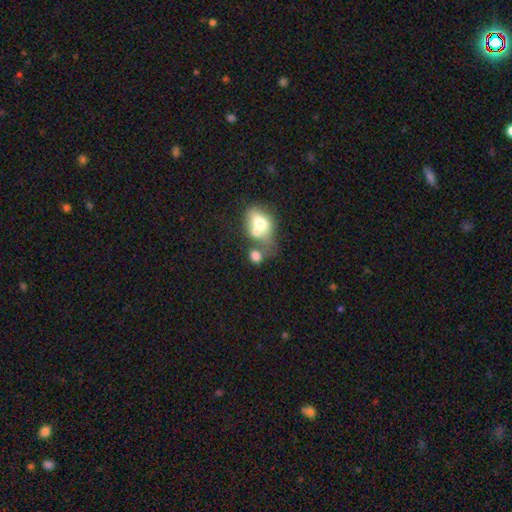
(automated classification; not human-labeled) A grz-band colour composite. It shows a smooth galaxy with no disk features (73%) that is in between round and cigar-shaped (50%). Merging: merger (45%).